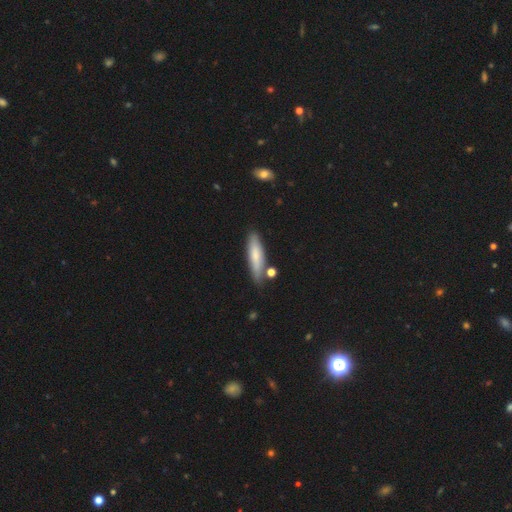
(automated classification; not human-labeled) This is likely a smooth galaxy (72%). How rounded: likely cigar-shaped (71%). Merging: likely none (75%).